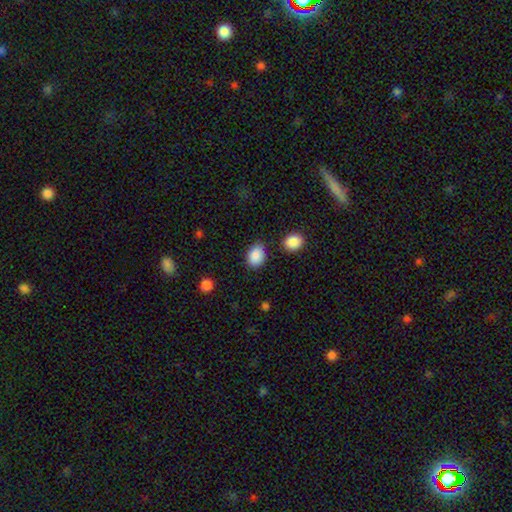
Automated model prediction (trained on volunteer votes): A smooth galaxy with no disk features (87%) that is in between round and cigar-shaped (68%). Merging: none (75%).